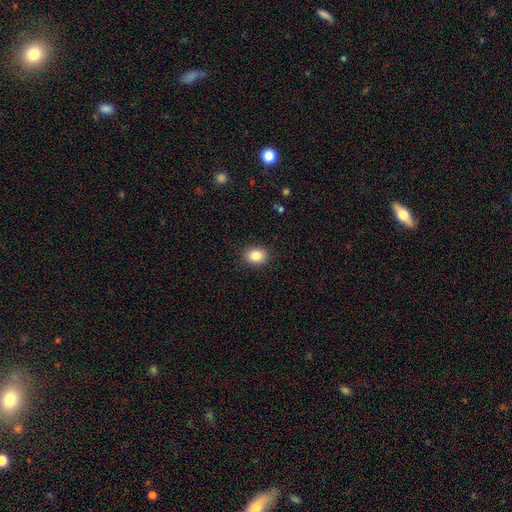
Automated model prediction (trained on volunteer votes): Q: Smooth or featured?
A: smooth (85%); runner-up: star or artifact (9%)
Q: How rounded?
A: in between (54%); runner-up: round (45%)
Q: Merging?
A: none (89%); runner-up: minor disturbance (8%)